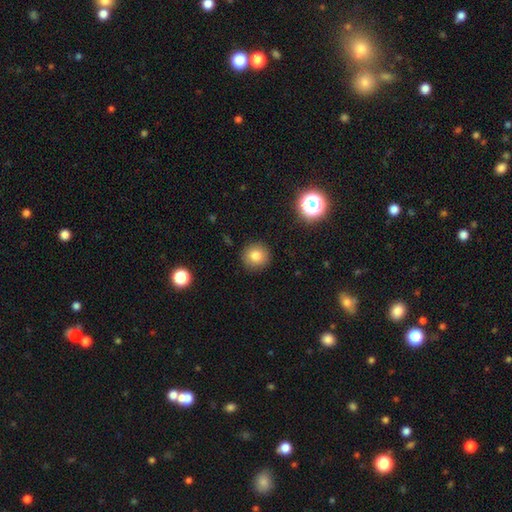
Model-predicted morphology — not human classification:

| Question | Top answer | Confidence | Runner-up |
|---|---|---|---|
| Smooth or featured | smooth | 81% | star or artifact (11%) |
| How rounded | round | 93% | in between (6%) |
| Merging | none | 90% | minor disturbance (7%) |